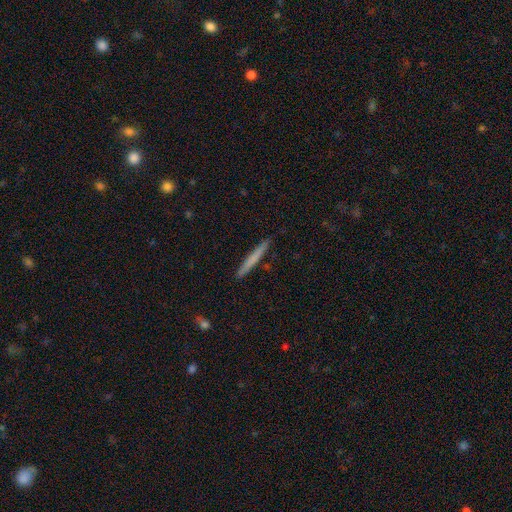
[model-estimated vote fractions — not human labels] The model was most divided on "smooth or featured": smooth: 65%, featured or disk: 29%, star or artifact: 6%. More confident: how rounded — cigar-shaped (97%); merging — none (92%).